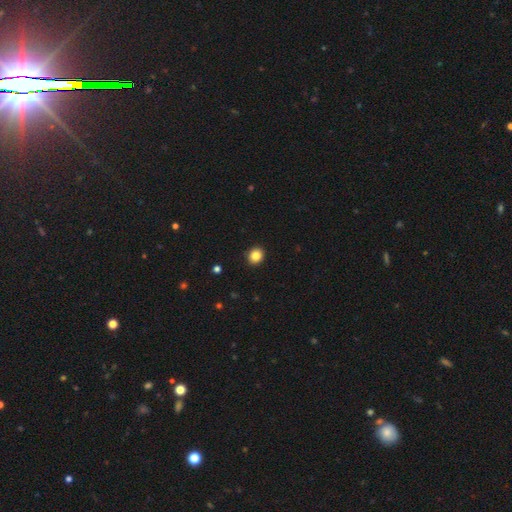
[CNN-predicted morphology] Smooth or featured? smooth (85%)
How rounded? round (79%)
Merging? none (92%)